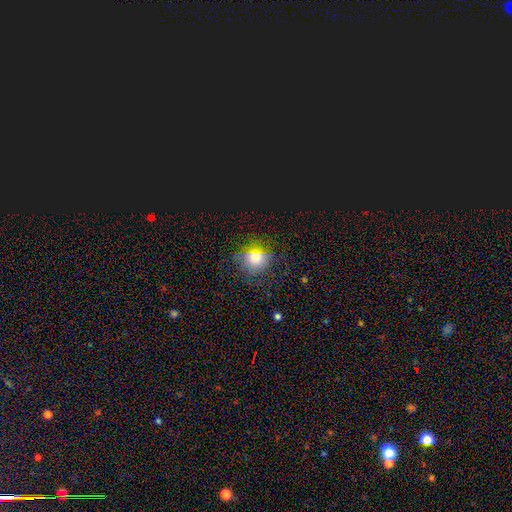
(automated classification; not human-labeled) Morphology: type=smooth (68%); roundness=round (81%); merging=none (79%).